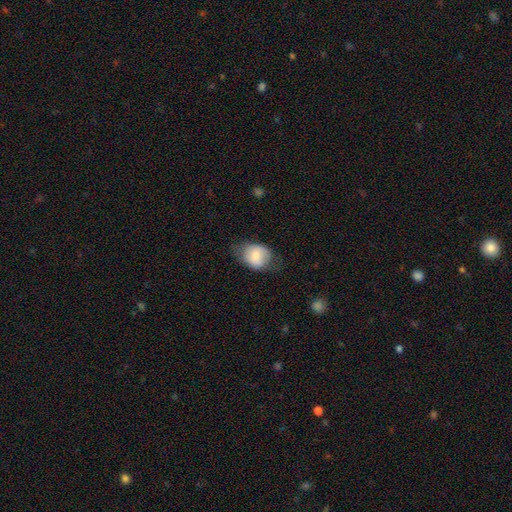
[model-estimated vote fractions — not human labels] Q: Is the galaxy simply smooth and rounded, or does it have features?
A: smooth — 76%.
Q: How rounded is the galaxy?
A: in between — 56%.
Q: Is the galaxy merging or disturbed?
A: none — 55%.